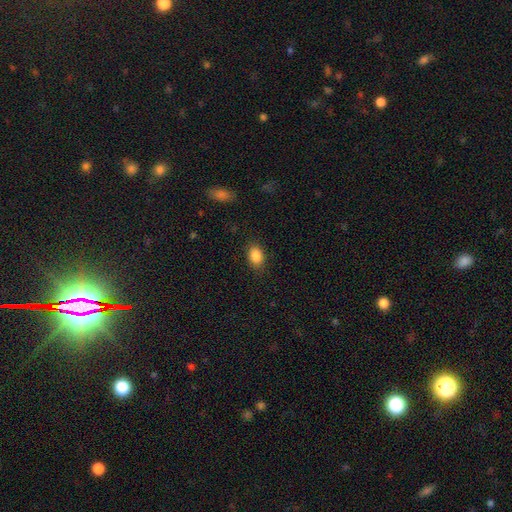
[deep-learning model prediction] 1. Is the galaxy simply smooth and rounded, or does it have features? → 87% smooth, 9% star or artifact, 4% featured or disk.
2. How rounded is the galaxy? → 78% in between, 20% round, 1% cigar-shaped.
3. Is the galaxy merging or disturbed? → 84% none, 12% minor disturbance, 3% major disturbance, 1% merger.